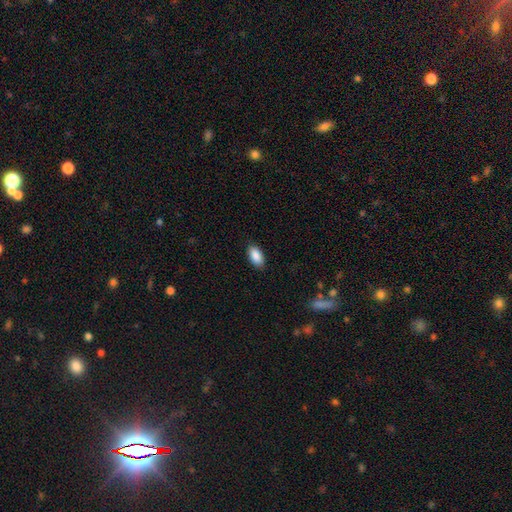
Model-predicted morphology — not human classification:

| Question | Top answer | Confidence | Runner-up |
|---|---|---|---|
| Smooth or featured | smooth | 90% | star or artifact (7%) |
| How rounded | in between | 94% | cigar-shaped (4%) |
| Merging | none | 88% | minor disturbance (9%) |